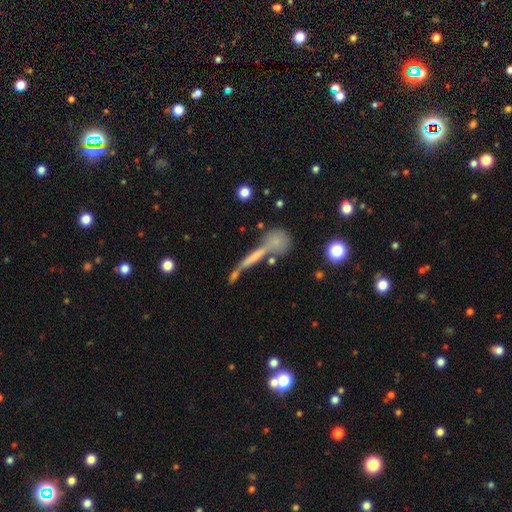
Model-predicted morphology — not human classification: The model was most divided on "smooth or featured": smooth: 44%, featured or disk: 42%, star or artifact: 14%. More confident: merging — none (58%).